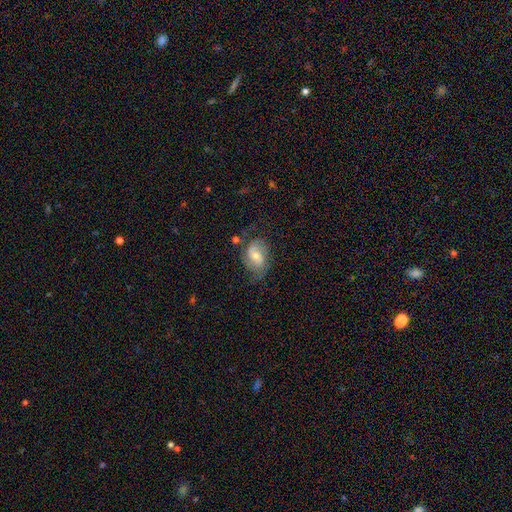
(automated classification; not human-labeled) A featured or disk galaxy (55%) with a weak bar (44%), spiral arms (82%) and a moderate central bulge (49%). Merging: none (53%).